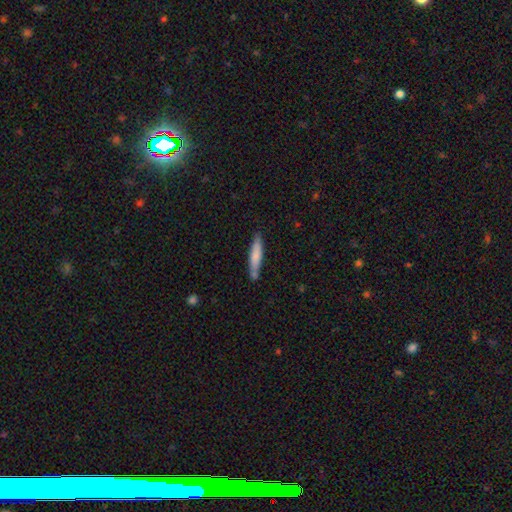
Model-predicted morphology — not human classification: smooth-or-featured: smooth: 74% | featured or disk: 20% | star or artifact: 6%
  how-rounded: cigar-shaped: 87% | in between: 11% | round: 1%
  merging: none: 75% | minor disturbance: 15% | merger: 7% | major disturbance: 3%